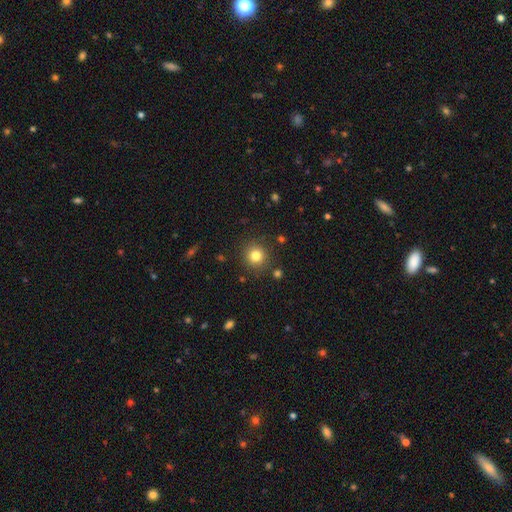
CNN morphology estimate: Smooth or featured? Predicted: smooth (p=0.81). How rounded? Predicted: round (p=0.93). Merging? Predicted: none (p=0.88).